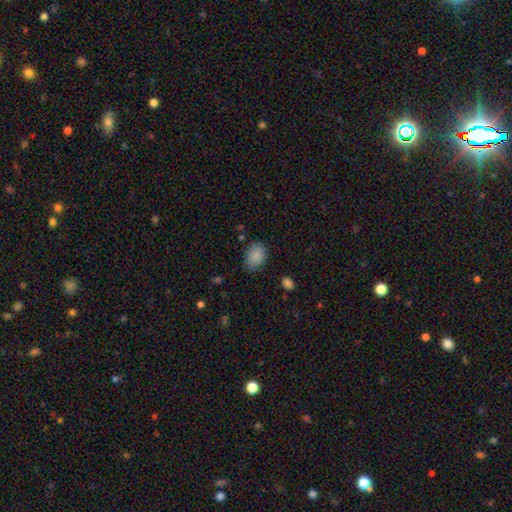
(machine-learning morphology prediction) type=smooth (88%); roundness=in between (75%); merging=none (80%).